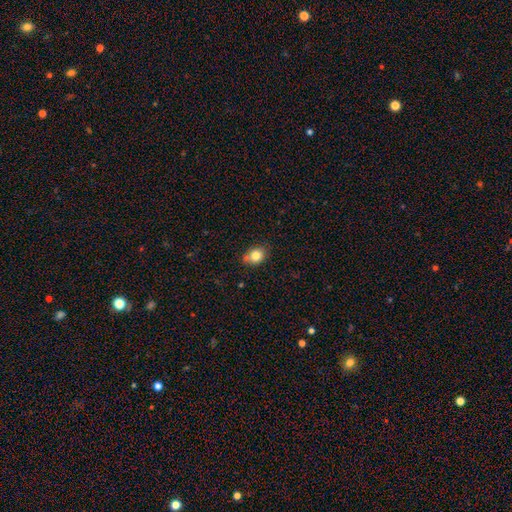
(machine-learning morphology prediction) type=smooth (81%); roundness=in between (51%); merging=none (67%).